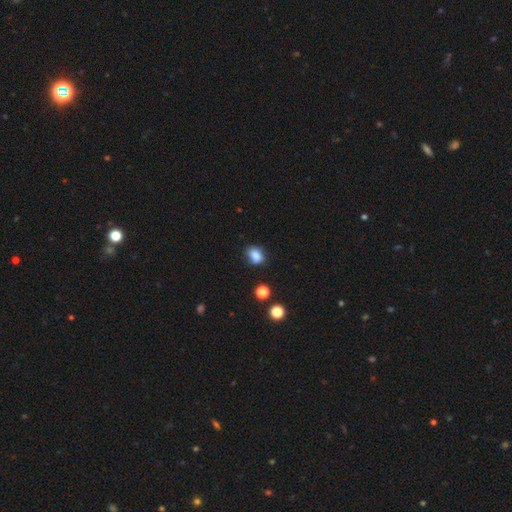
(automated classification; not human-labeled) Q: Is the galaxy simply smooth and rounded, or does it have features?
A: smooth — 83%.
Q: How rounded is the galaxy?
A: in between — 61%.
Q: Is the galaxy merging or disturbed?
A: none — 68%.